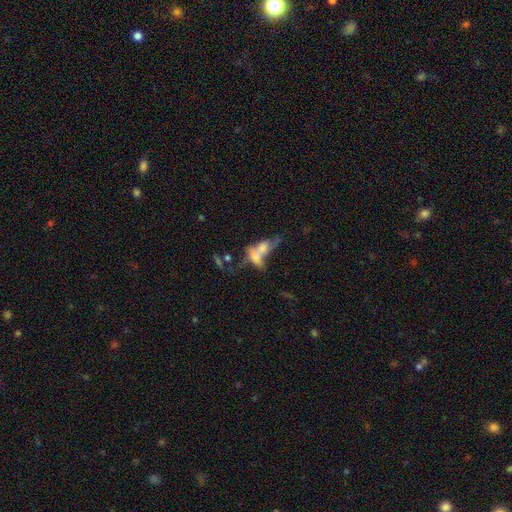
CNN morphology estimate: smooth_or_featured: smooth (p=0.51) [alt: featured or disk p=0.36]
how_rounded: in between (p=0.70) [alt: cigar-shaped p=0.19]
merging: merger (p=0.66) [alt: none p=0.15]